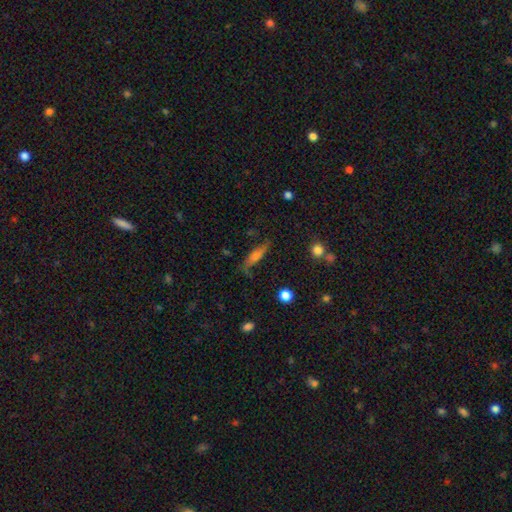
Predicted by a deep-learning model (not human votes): Overall: featured or disk (46%; smooth 43%). Merging: none (66%).